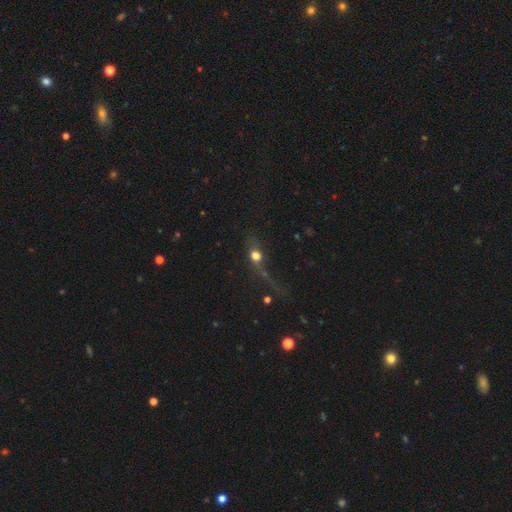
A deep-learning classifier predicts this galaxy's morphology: type=smooth (54%); roundness=round (52%); merging=major disturbance (42%).